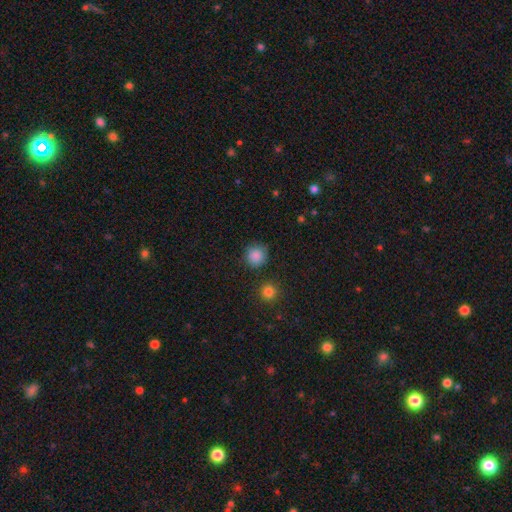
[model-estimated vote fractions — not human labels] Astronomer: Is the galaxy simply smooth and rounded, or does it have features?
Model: smooth — 86%.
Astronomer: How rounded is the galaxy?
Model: round — 92%.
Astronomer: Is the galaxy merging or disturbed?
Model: none — 84%.